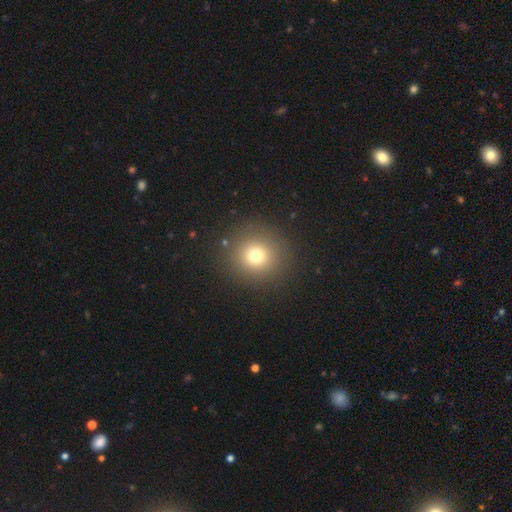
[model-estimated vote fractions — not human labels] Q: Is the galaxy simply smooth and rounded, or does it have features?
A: smooth — 74%.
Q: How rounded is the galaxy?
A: round — 92%.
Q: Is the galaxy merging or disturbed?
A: none — 89%.